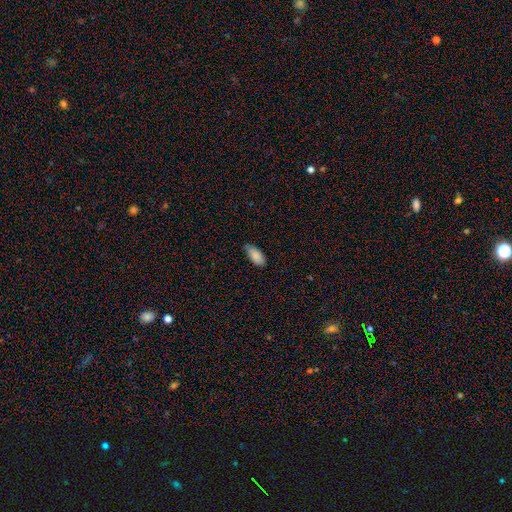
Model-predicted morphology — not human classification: Smooth or featured? smooth (87%)
How rounded? in between (90%)
Merging? none (70%)